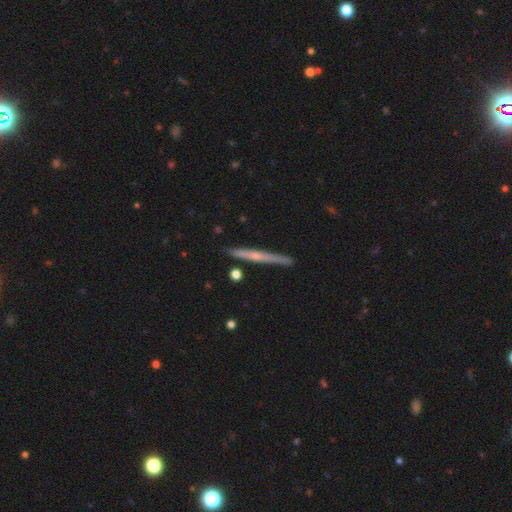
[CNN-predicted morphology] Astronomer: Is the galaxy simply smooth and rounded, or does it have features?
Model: featured or disk — 62%.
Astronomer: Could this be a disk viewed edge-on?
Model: yes — 97%.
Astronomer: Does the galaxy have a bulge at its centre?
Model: rounded — 52% (runner-up: none, 44%).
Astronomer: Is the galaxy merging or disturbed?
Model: none — 88%.